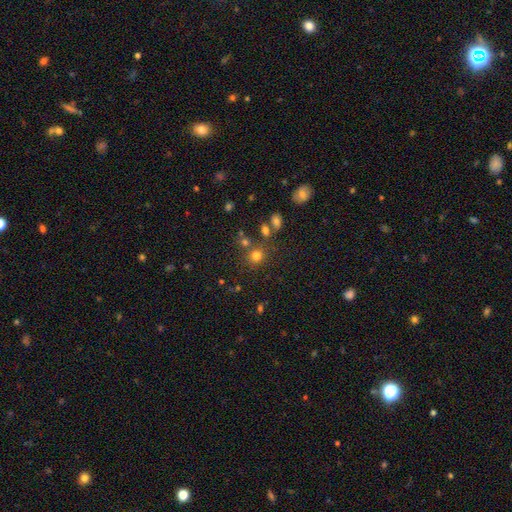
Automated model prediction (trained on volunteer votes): smooth_or_featured: smooth (p=0.75) [alt: star or artifact p=0.18]
how_rounded: round (p=0.82) [alt: in between p=0.17]
merging: none (p=0.70) [alt: merger p=0.14]